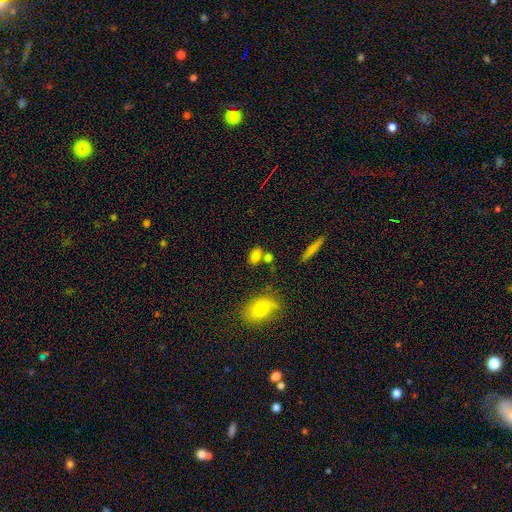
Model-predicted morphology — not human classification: Smooth or featured? Predicted: smooth (p=0.79). How rounded? Predicted: in between (p=0.76). Merging? Predicted: none (p=0.60).